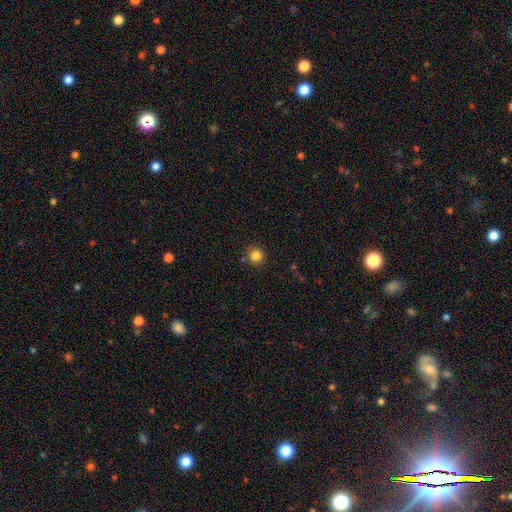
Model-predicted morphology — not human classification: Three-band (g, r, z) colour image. It shows a smooth galaxy with no disk features (84%) that is round (93%). Merging: none (83%).